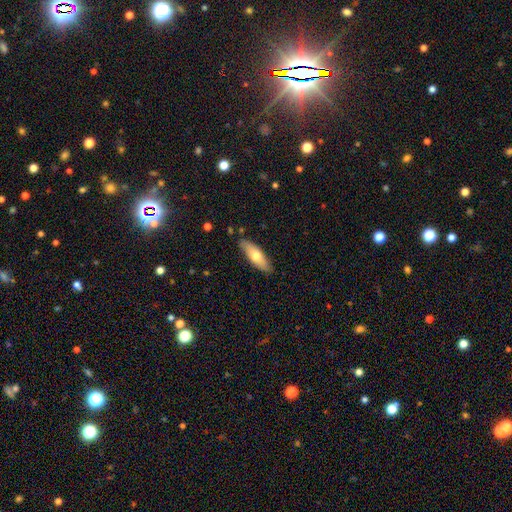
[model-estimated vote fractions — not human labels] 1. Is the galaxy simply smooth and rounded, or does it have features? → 62% smooth, 32% featured or disk, 6% star or artifact.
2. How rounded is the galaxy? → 56% in between, 42% cigar-shaped, 2% round.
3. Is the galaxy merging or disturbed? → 87% none, 10% minor disturbance, 2% major disturbance, 2% merger.